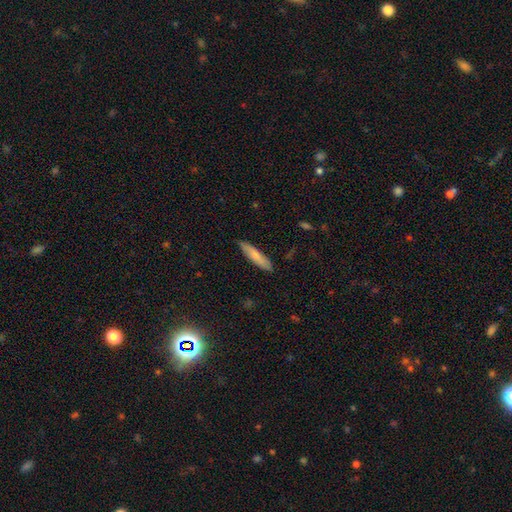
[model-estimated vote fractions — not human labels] A smooth galaxy with no disk features (76%) that is cigar-shaped (82%).

Vote fractions:
- Smooth or featured? smooth: 76% / featured or disk: 18% / star or artifact: 6%
- How rounded? cigar-shaped: 82% / in between: 16% / round: 1%
- Merging? none: 86% / minor disturbance: 11% / major disturbance: 2% / merger: 1%